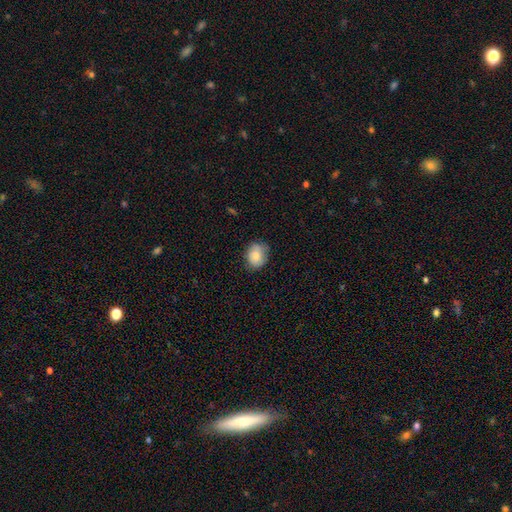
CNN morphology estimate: Q: Smooth or featured?
A: smooth (81%); runner-up: featured or disk (11%)
Q: How rounded?
A: round (57%); runner-up: in between (42%)
Q: Merging?
A: none (68%); runner-up: minor disturbance (25%)